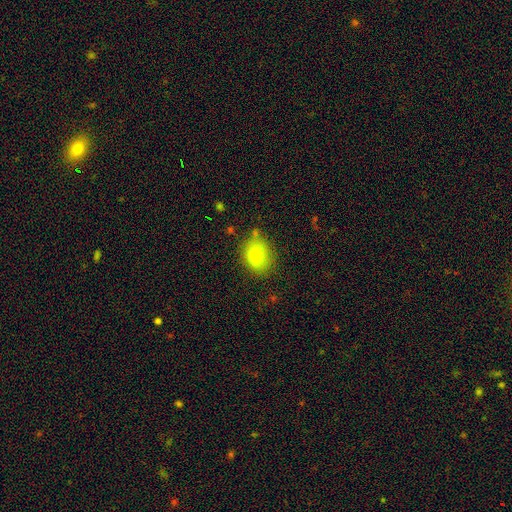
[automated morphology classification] Smooth or featured? Predicted: smooth (p=0.84). How rounded? Predicted: in between (p=0.66). Merging? Predicted: none (p=0.68).